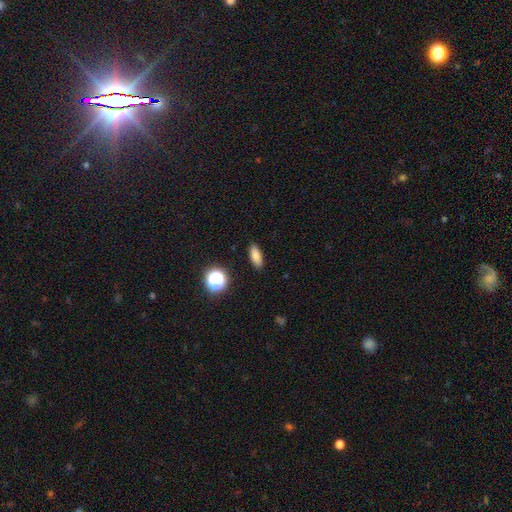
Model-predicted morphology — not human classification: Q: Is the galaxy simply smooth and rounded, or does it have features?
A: smooth — 82%.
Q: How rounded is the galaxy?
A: in between — 69%.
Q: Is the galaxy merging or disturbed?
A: none — 89%.